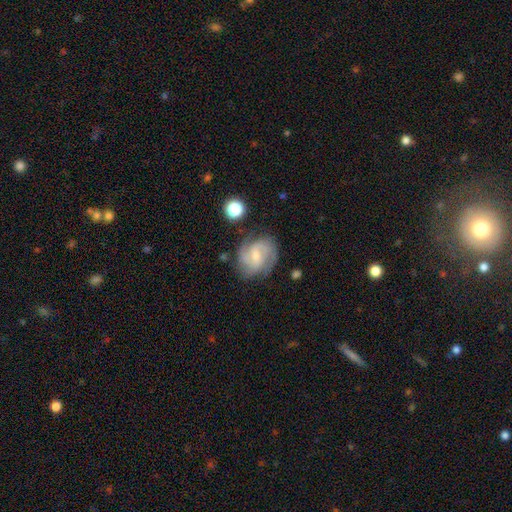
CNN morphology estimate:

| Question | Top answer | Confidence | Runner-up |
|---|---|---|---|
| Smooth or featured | featured or disk | 75% | smooth (19%) |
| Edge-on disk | no | 98% | yes (2%) |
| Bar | weak | 58% | no (28%) |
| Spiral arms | yes | 93% | no (7%) |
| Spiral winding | medium | 49% | tight (33%) |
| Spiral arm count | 2 | 57% | can't tell (18%) |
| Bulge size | small | 55% | moderate (37%) |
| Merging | none | 69% | minor disturbance (19%) |